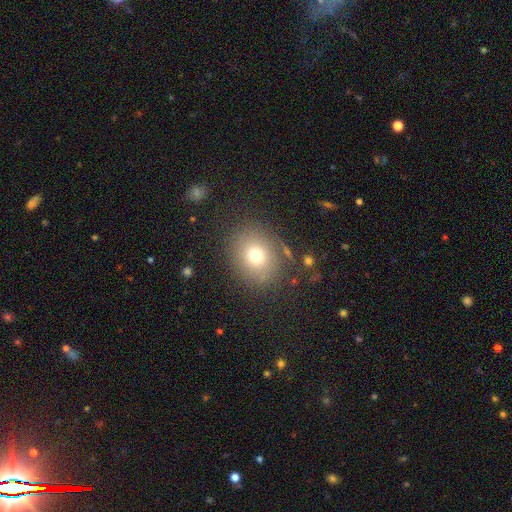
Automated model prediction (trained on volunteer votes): Morphology: type=smooth (72%); roundness=round (66%); merging=none (82%).